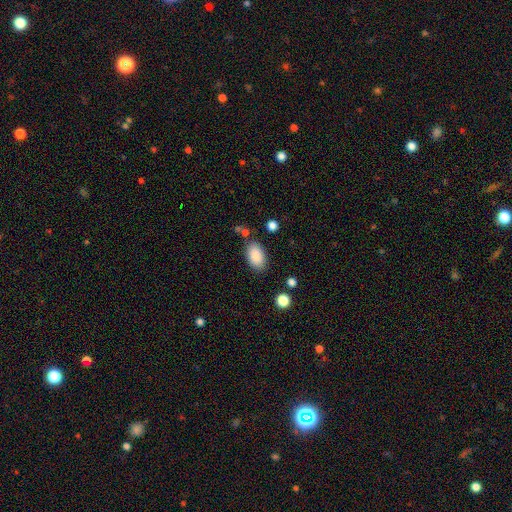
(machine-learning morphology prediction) This appears to be a smooth galaxy with no disk features (89%) that is in between round and cigar-shaped (93%). Merging: none (81%).